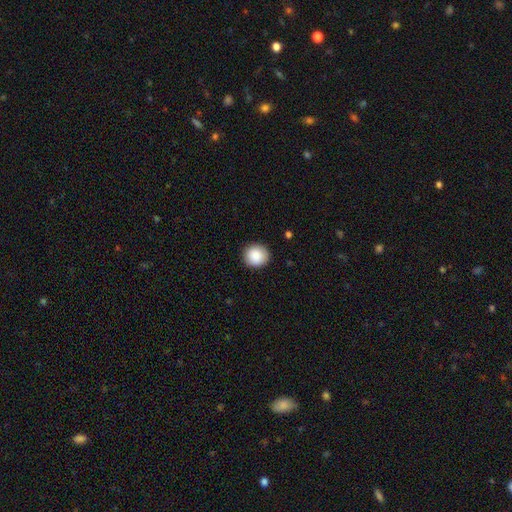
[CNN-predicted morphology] Smooth or featured?
  - smooth: 89% *
  - star or artifact: 8%
  - featured or disk: 4%
How rounded?
  - round: 90% *
  - in between: 9%
  - cigar-shaped: 1%
Merging?
  - none: 90% *
  - minor disturbance: 7%
  - major disturbance: 2%
  - merger: 1%